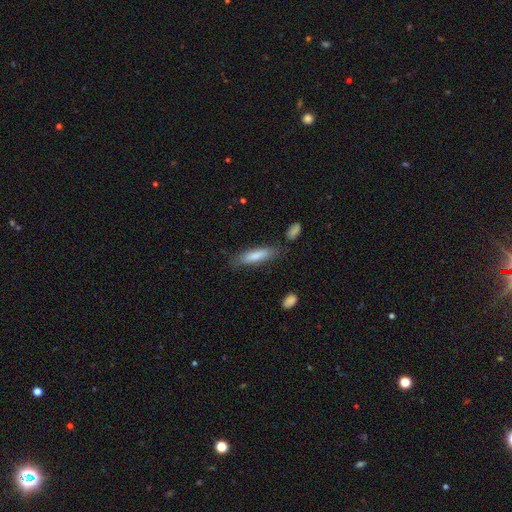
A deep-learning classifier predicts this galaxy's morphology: smooth-or-featured: smooth: 79% | featured or disk: 15% | star or artifact: 6%
  how-rounded: cigar-shaped: 70% | in between: 28% | round: 1%
  merging: none: 75% | minor disturbance: 15% | merger: 5% | major disturbance: 4%